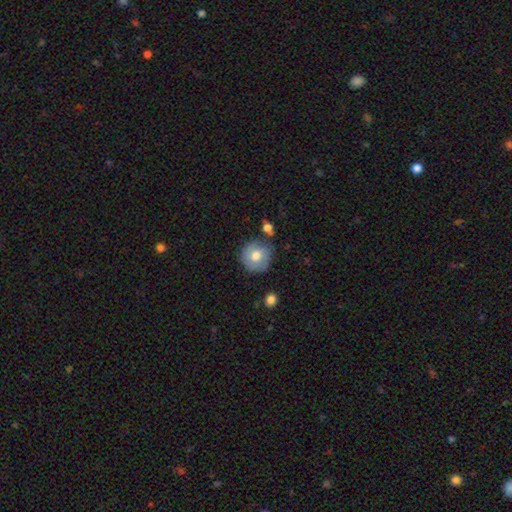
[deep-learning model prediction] A smooth galaxy with no disk features (68%) that is round (92%).

Vote fractions:
- Smooth or featured? smooth: 68% / featured or disk: 24% / star or artifact: 8%
- How rounded? round: 92% / in between: 7% / cigar-shaped: 1%
- Merging? none: 75% / minor disturbance: 16% / merger: 5% / major disturbance: 4%